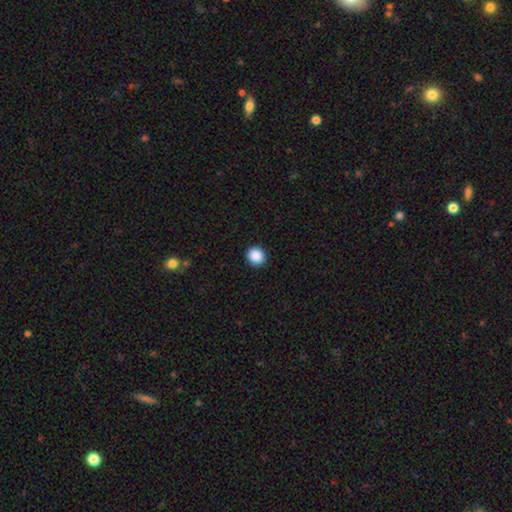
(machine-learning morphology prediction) smooth_or_featured: smooth (p=0.89) [alt: star or artifact p=0.09]
how_rounded: round (p=0.89) [alt: in between p=0.11]
merging: none (p=0.92) [alt: minor disturbance p=0.05]